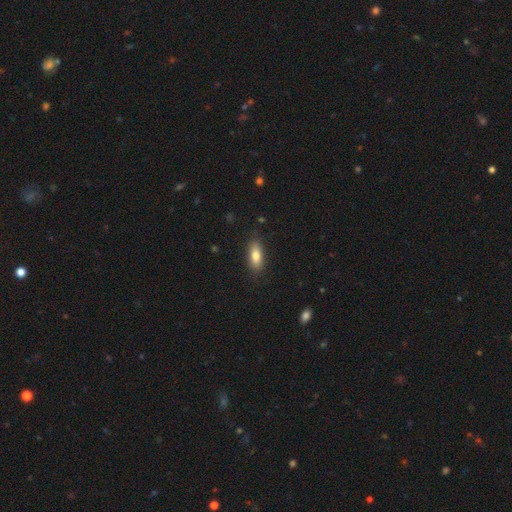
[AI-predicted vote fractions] smooth_or_featured: smooth (p=0.79) [alt: featured or disk p=0.14]
how_rounded: in between (p=0.76) [alt: cigar-shaped p=0.21]
merging: none (p=0.85) [alt: minor disturbance p=0.11]